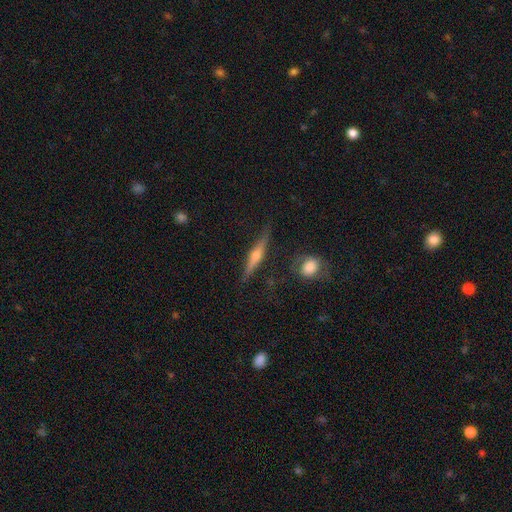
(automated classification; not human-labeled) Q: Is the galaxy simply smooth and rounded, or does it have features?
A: featured or disk — 69%.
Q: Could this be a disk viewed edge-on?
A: yes — 97%.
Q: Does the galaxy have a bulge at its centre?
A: rounded — 91%.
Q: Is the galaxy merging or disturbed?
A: none — 84%.